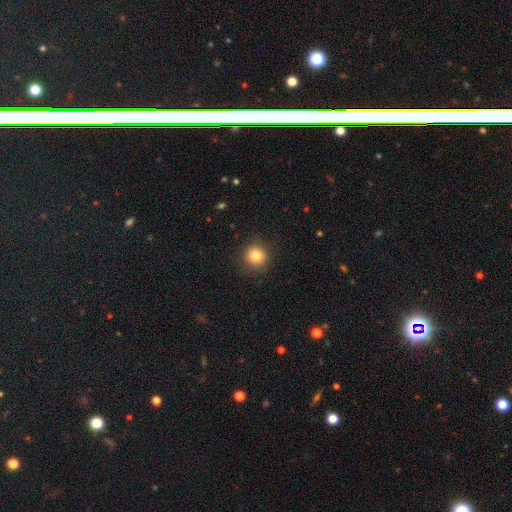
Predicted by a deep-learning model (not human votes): Smooth or featured?
  - smooth: 83% *
  - star or artifact: 11%
  - featured or disk: 6%
How rounded?
  - round: 91% *
  - in between: 8%
  - cigar-shaped: 1%
Merging?
  - none: 89% *
  - minor disturbance: 8%
  - major disturbance: 3%
  - merger: 1%